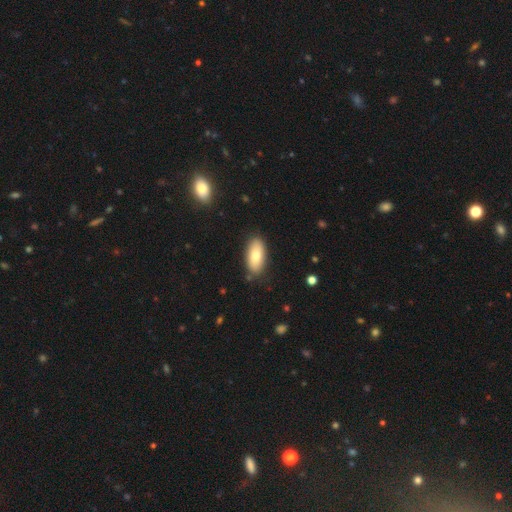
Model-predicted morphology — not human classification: Overall: smooth (77%). How rounded: in between (90%). Merging: none (85%).